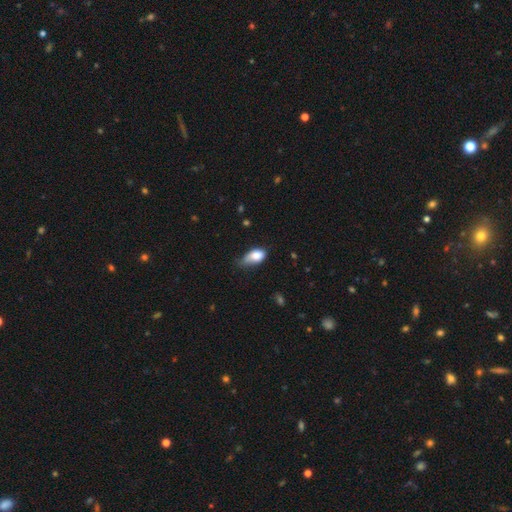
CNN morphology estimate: A smooth galaxy with no disk features (78%) that is in between round and cigar-shaped (88%). Merging: minor disturbance (50%).